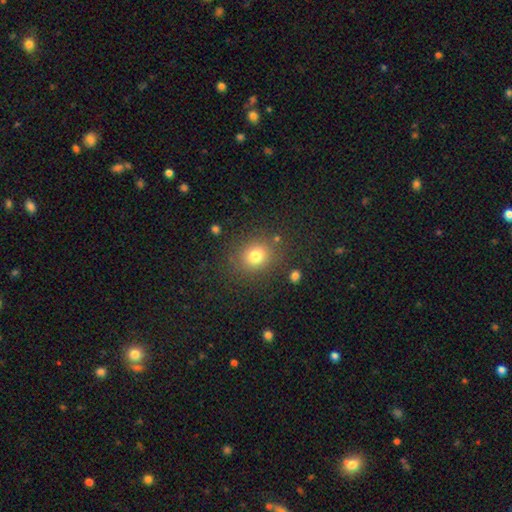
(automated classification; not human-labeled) The model was most divided on "how rounded": round: 71%, in between: 28%, cigar-shaped: 1%. More confident: merging — none (83%); smooth or featured — smooth (78%).